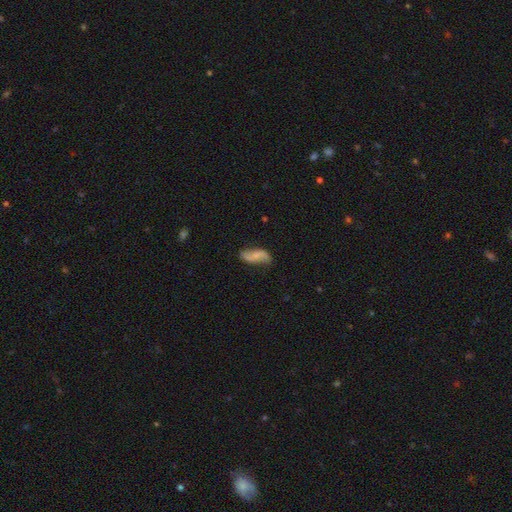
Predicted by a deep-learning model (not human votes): smooth-or-featured: featured or disk: 60% | smooth: 32% | star or artifact: 7%
  disk-edge-on: no: 94% | yes: 6%
    bar: no: 51% | weak: 35% | strong: 13%
    has-spiral-arms: yes: 90% | no: 10%
      spiral-winding: loose: 84% | medium: 12% | tight: 4%
      spiral-arm-count: 2: 91% | can't tell: 3% | 1: 2% | 3: 1% | 4: 1% | more than 4: 1%
    bulge-size: small: 43% | none: 37% | moderate: 17% | large: 2% | dominant: 1%
  merging: none: 71% | minor disturbance: 20% | major disturbance: 7% | merger: 2%